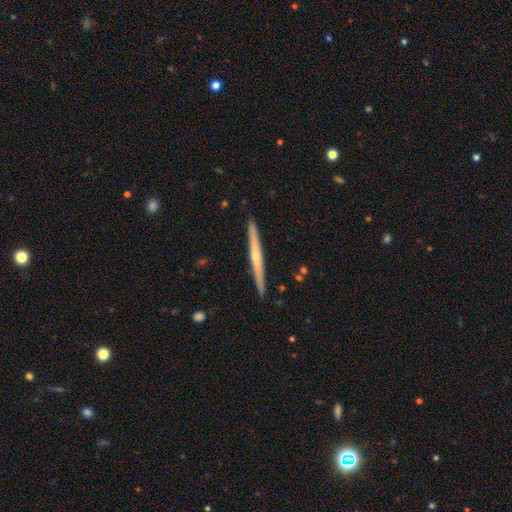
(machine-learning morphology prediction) featured or disk 65%, smooth 30%, star or artifact 6%. Down the decision tree: edge-on disk — yes (97%); edge-on bulge — rounded (60%); merging — none (92%).